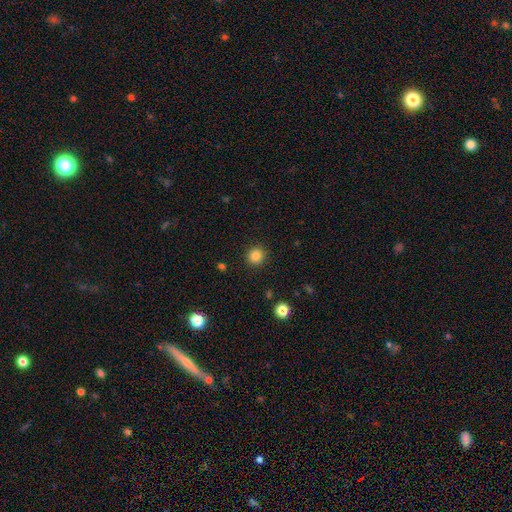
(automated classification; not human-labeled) This appears to be a smooth galaxy with no disk features (85%) that is round (92%). Merging: none (91%).